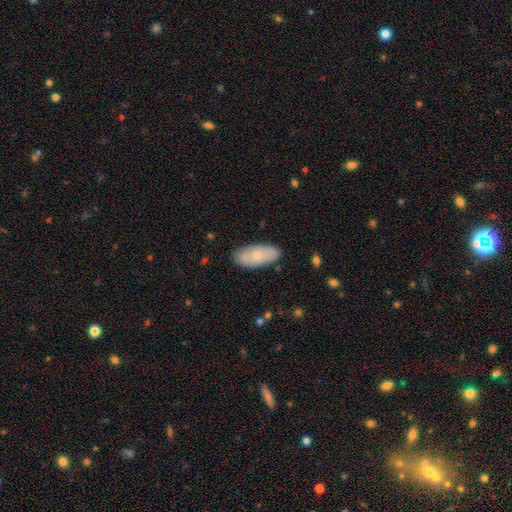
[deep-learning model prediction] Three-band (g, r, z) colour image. It shows a smooth galaxy with no disk features (66%) that is in between round and cigar-shaped (90%). Merging: none (82%).